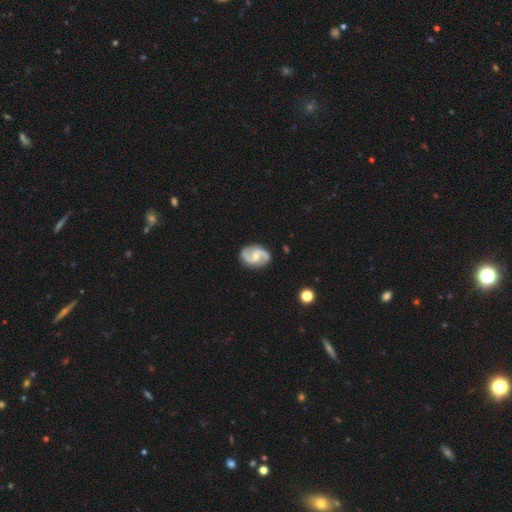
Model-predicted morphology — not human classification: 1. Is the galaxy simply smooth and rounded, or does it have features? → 91% featured or disk, 5% smooth, 4% star or artifact.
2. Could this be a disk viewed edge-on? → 98% no, 2% yes.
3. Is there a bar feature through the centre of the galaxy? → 47% weak, 39% no, 13% strong.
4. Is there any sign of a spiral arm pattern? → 98% yes, 2% no.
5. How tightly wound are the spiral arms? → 56% medium, 25% loose, 19% tight.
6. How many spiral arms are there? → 94% 2, 2% can't tell, 1% 1, 1% 3, 1% 4, 1% more than 4.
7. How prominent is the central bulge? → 45% moderate, 44% small, 8% none, 2% large, 1% dominant.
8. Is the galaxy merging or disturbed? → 87% none, 10% minor disturbance, 2% major disturbance, 1% merger.